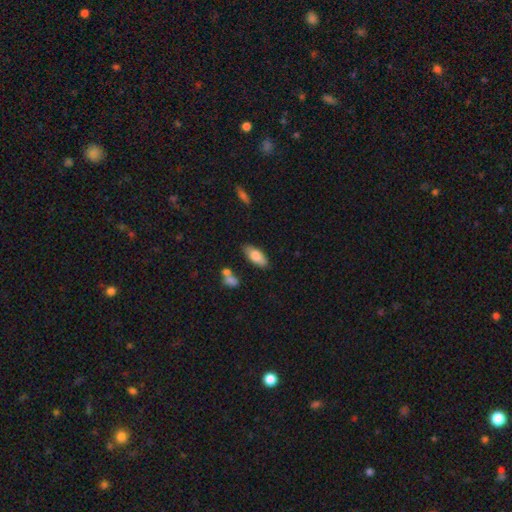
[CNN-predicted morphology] Q: Smooth or featured?
A: smooth (79%); runner-up: featured or disk (14%)
Q: How rounded?
A: in between (82%); runner-up: cigar-shaped (15%)
Q: Merging?
A: none (78%); runner-up: minor disturbance (15%)